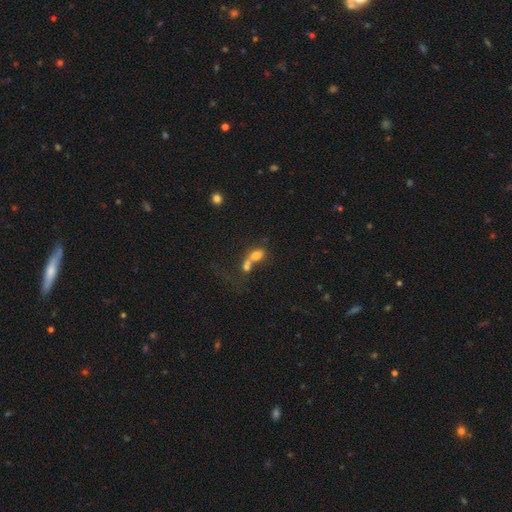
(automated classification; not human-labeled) Smooth or featured? Predicted: smooth (p=0.72). How rounded? Predicted: in between (p=0.69). Merging? Predicted: merger (p=0.66).